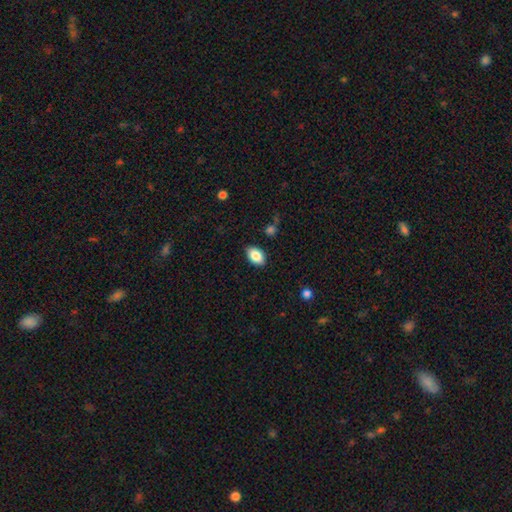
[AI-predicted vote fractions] Smooth or featured? smooth (86%)
How rounded? in between (90%)
Merging? none (87%)